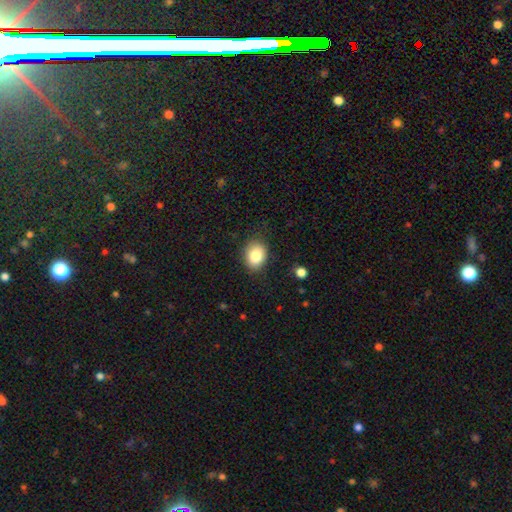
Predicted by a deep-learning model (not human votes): Morphology: type=smooth (84%); roundness=in between (56%); merging=none (83%).